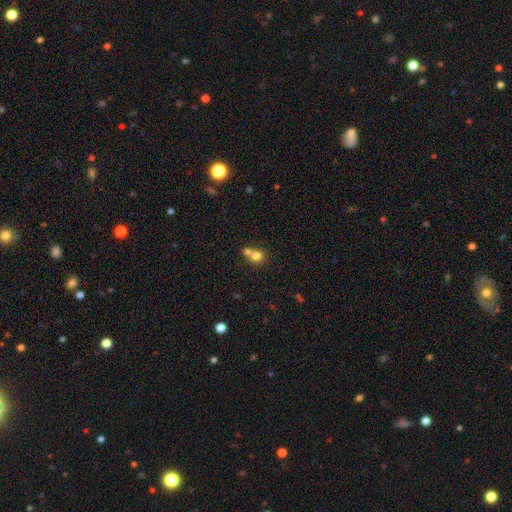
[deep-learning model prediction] Smooth or featured?
  - smooth: 77% *
  - star or artifact: 13%
  - featured or disk: 10%
How rounded?
  - round: 86% *
  - in between: 14%
  - cigar-shaped: 1%
Merging?
  - merger: 49% *
  - none: 42%
  - minor disturbance: 6%
  - major disturbance: 3%